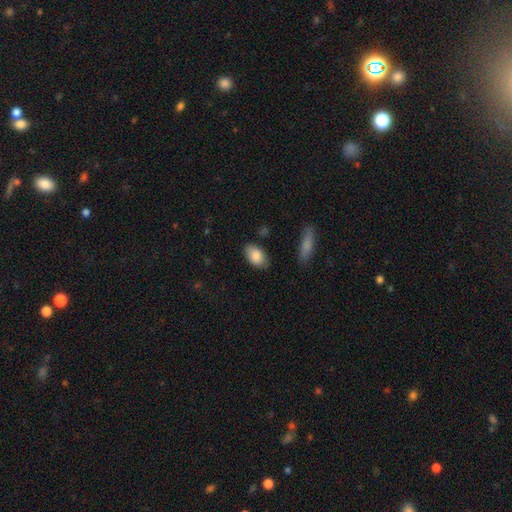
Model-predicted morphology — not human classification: Smooth or featured? Predicted: smooth (p=0.86). How rounded? Predicted: in between (p=0.92). Merging? Predicted: none (p=0.82).